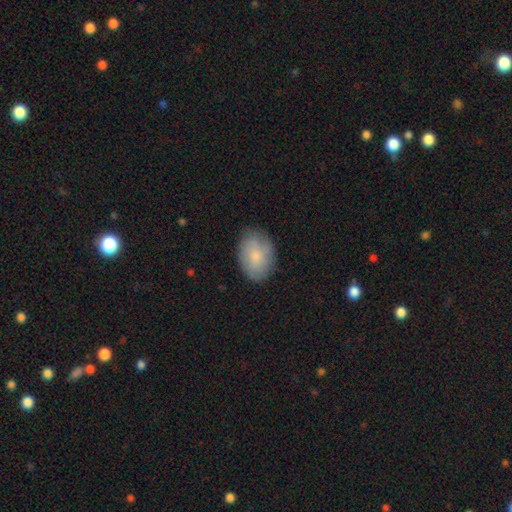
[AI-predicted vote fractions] A smooth galaxy with no disk features (73%) that is in between round and cigar-shaped (83%).

Vote fractions:
- Smooth or featured? smooth: 73% / featured or disk: 20% / star or artifact: 7%
- How rounded? in between: 83% / round: 16% / cigar-shaped: 1%
- Merging? none: 79% / minor disturbance: 16% / major disturbance: 4% / merger: 1%